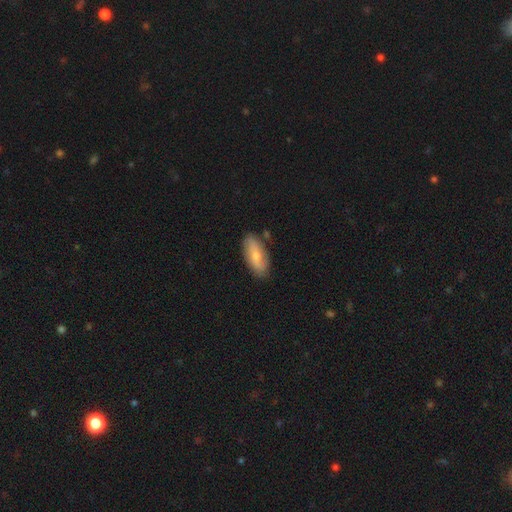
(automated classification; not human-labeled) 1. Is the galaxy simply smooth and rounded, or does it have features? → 54% smooth, 40% featured or disk, 6% star or artifact.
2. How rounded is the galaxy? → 83% in between, 14% cigar-shaped, 3% round.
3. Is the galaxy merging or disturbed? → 81% none, 14% minor disturbance, 3% major disturbance, 3% merger.